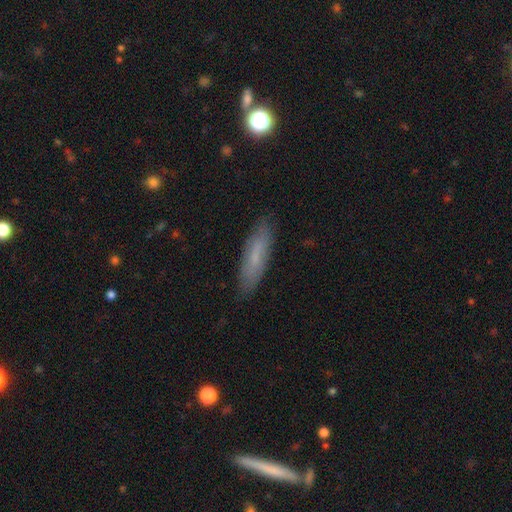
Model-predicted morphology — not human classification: Q: Smooth or featured?
A: smooth (63%); runner-up: featured or disk (29%)
Q: How rounded?
A: cigar-shaped (66%); runner-up: in between (33%)
Q: Merging?
A: none (86%); runner-up: minor disturbance (11%)